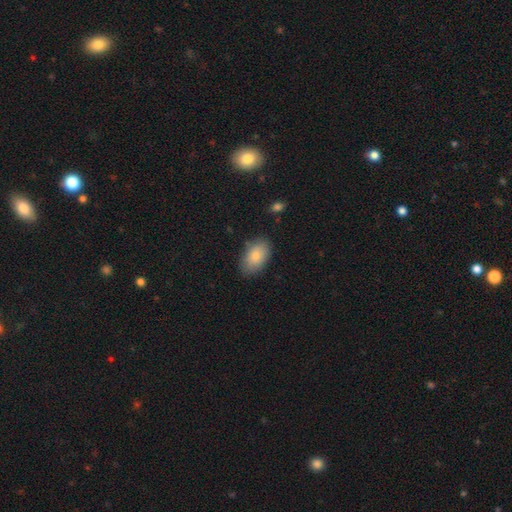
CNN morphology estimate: Smooth or featured: smooth — 82% (featured or disk — 11%)
How rounded: in between — 92% (round — 6%)
Merging: none — 82% (minor disturbance — 13%)